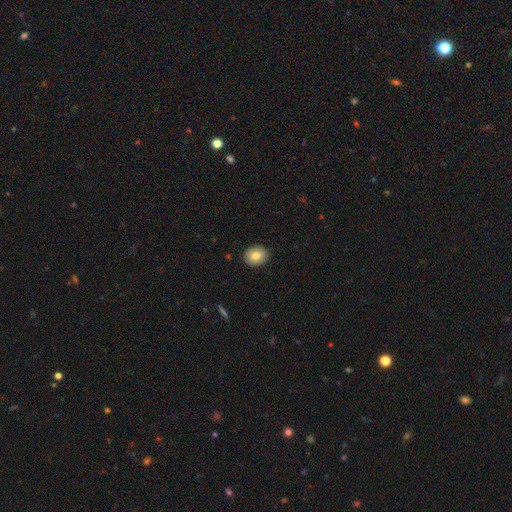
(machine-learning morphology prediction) This is likely a smooth galaxy (76%). How rounded: likely round (64%). Merging: clearly none (87%).